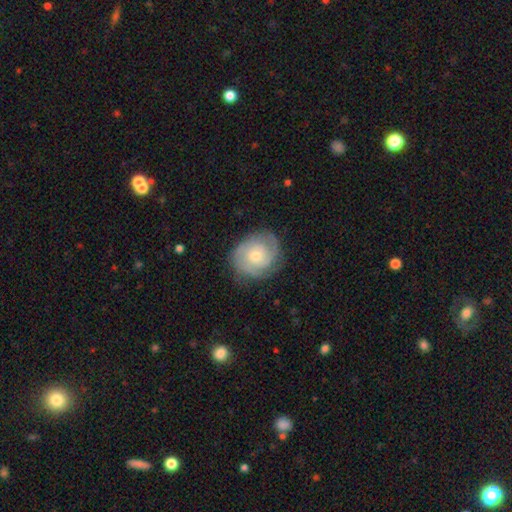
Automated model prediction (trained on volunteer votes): This is likely a featured or disk galaxy (73%). It is clearly not viewed edge-on (98%). Bar: likely no (77%). Spiral arm pattern: clearly yes (93%). Spiral arm count: marginally 2 (34%). Spiral winding: likely tight (65%). Central bulge: possibly small (50%). Merging: likely none (78%).